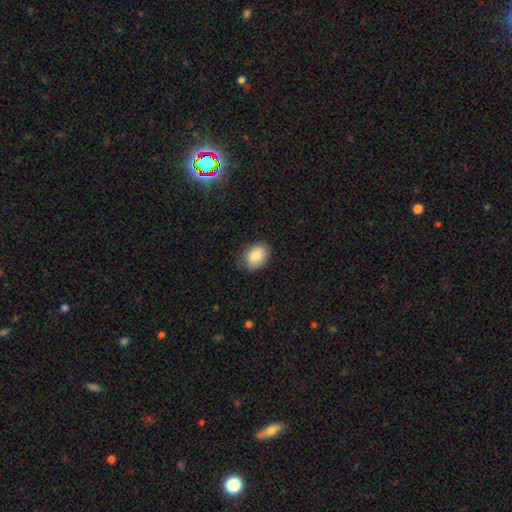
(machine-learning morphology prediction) smooth-or-featured: smooth: 86% | star or artifact: 7% | featured or disk: 7%
  how-rounded: in between: 72% | round: 27% | cigar-shaped: 1%
  merging: none: 79% | minor disturbance: 17% | major disturbance: 3% | merger: 1%